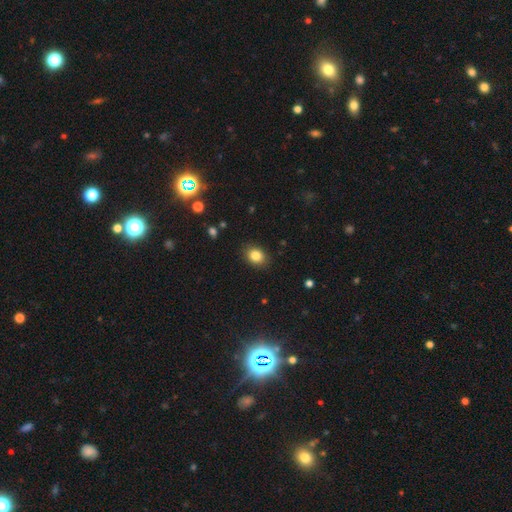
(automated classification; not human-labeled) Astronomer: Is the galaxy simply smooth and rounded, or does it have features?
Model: smooth — 84%.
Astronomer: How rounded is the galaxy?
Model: in between — 57% (runner-up: round, 42%).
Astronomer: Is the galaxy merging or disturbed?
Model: none — 88%.